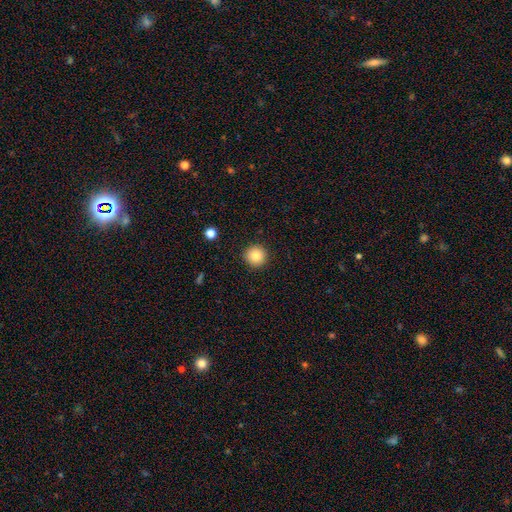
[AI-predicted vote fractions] smooth_or_featured: smooth (p=0.84) [alt: star or artifact p=0.10]
how_rounded: round (p=0.95) [alt: in between p=0.04]
merging: none (p=0.92) [alt: minor disturbance p=0.05]